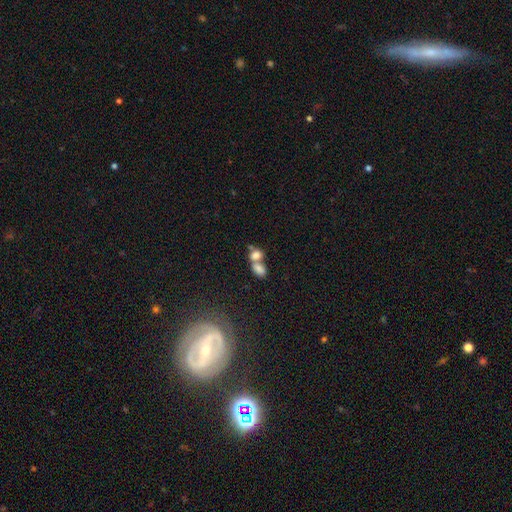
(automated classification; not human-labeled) smooth-or-featured: smooth: 75% | featured or disk: 15% | star or artifact: 11%
  how-rounded: in between: 72% | round: 25% | cigar-shaped: 2%
  merging: merger: 69% | none: 20% | minor disturbance: 6% | major disturbance: 5%